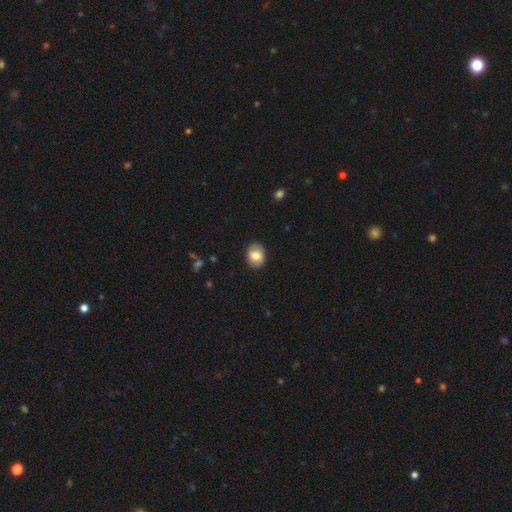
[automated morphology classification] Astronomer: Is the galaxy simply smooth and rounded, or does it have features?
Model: smooth — 76%.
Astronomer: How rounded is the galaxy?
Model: in between — 56% (runner-up: round, 43%).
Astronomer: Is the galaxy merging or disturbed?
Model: none — 85%.